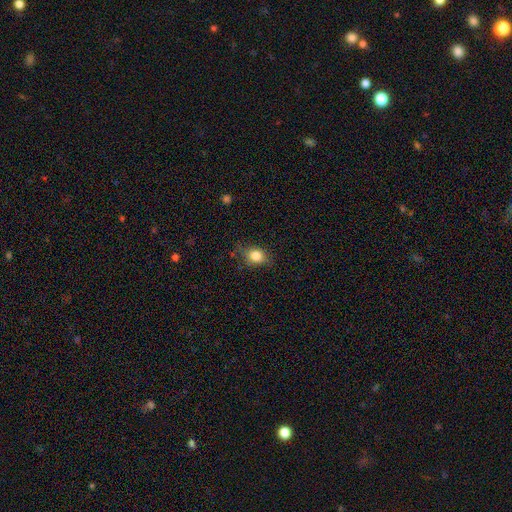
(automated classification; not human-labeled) A smooth galaxy with no disk features (81%) that is round (49%, tied with in between). Merging: none (71%).